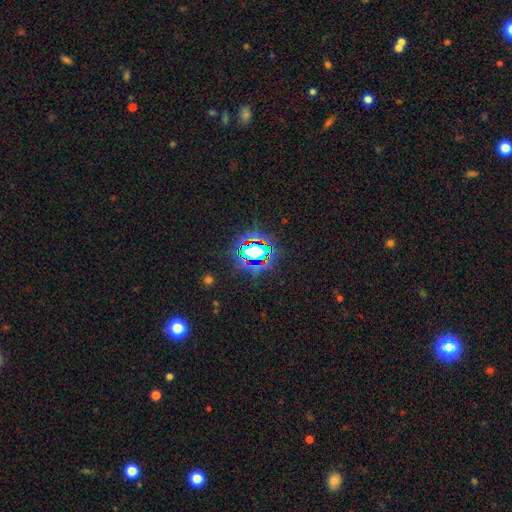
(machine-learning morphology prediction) Smooth or featured? star or artifact (76%)